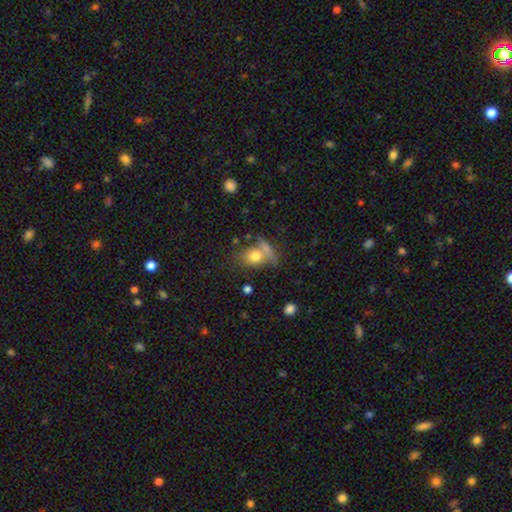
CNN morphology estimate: type=smooth (75%); roundness=in between (53%); merging=none (48%).